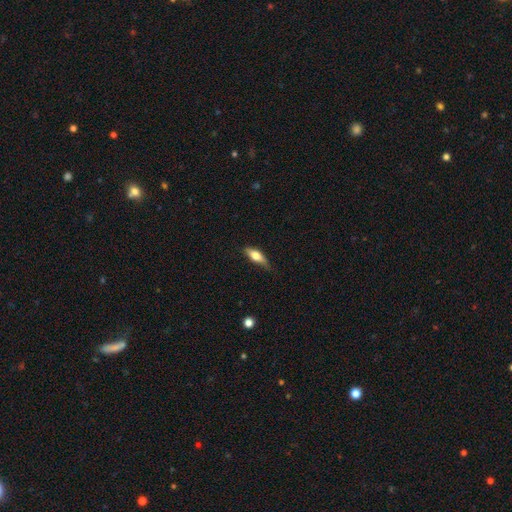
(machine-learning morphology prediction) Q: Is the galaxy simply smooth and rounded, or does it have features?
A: smooth — 63%.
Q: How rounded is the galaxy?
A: in between — 60%.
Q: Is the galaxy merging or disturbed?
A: none — 61%.